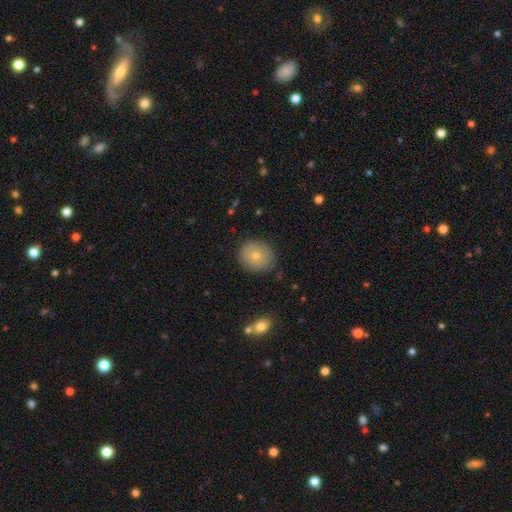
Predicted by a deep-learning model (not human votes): Smooth or featured?
  - smooth: 72% *
  - featured or disk: 19%
  - star or artifact: 9%
How rounded?
  - round: 77% *
  - in between: 22%
  - cigar-shaped: 1%
Merging?
  - none: 80% *
  - minor disturbance: 15%
  - major disturbance: 4%
  - merger: 2%